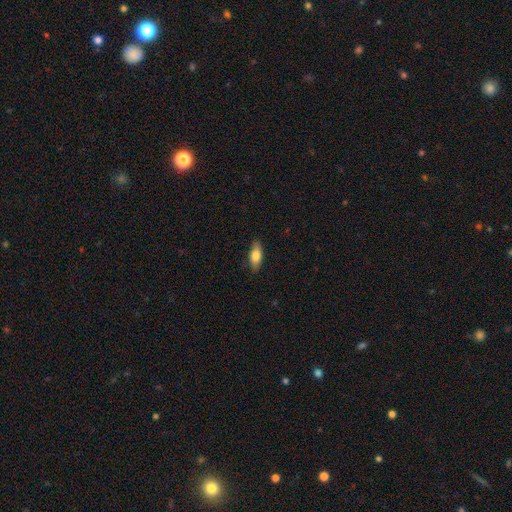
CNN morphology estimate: A smooth galaxy with no disk features (77%) that is in between round and cigar-shaped (75%). Merging: none (86%).